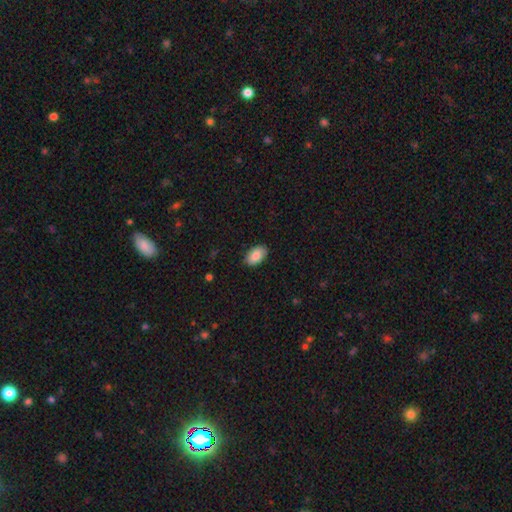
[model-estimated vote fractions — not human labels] Smooth or featured? Predicted: smooth (p=0.86). How rounded? Predicted: in between (p=0.93). Merging? Predicted: none (p=0.87).